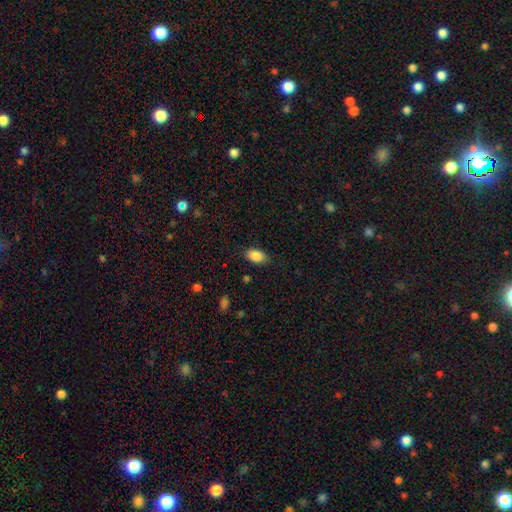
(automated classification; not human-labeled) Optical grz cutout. It shows a smooth galaxy with no disk features (89%) that is in between round and cigar-shaped (92%). Merging: none (85%).